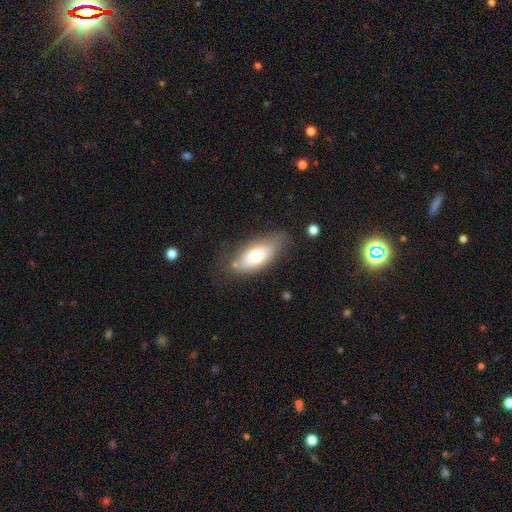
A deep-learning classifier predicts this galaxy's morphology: smooth_or_featured: smooth (p=0.68) [alt: featured or disk p=0.25]
how_rounded: in between (p=0.83) [alt: cigar-shaped p=0.13]
merging: none (p=0.66) [alt: minor disturbance p=0.22]